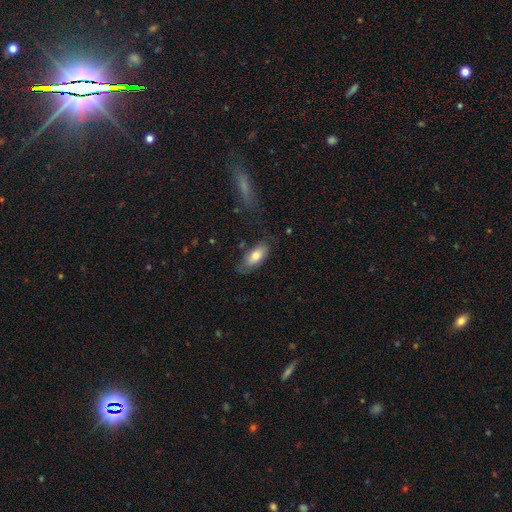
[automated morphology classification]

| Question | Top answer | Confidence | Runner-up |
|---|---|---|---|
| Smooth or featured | smooth | 76% | featured or disk (17%) |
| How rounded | in between | 85% | cigar-shaped (13%) |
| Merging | none | 70% | minor disturbance (21%) |